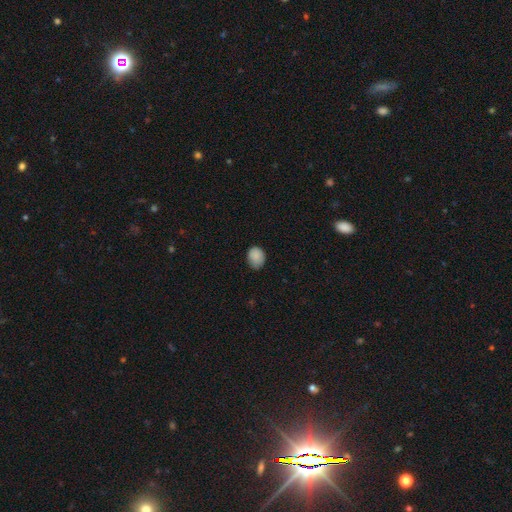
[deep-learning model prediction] This appears to be a smooth galaxy with no disk features (87%) that is round (50%). Merging: none (73%).